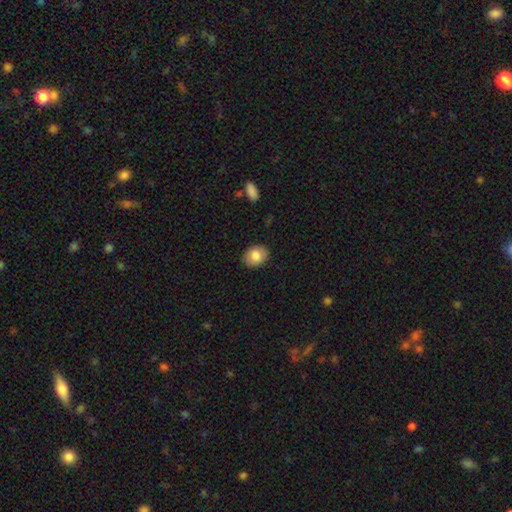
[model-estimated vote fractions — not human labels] smooth_or_featured: smooth (p=0.82) [alt: featured or disk p=0.10]
how_rounded: in between (p=0.55) [alt: round p=0.44]
merging: none (p=0.88) [alt: minor disturbance p=0.09]